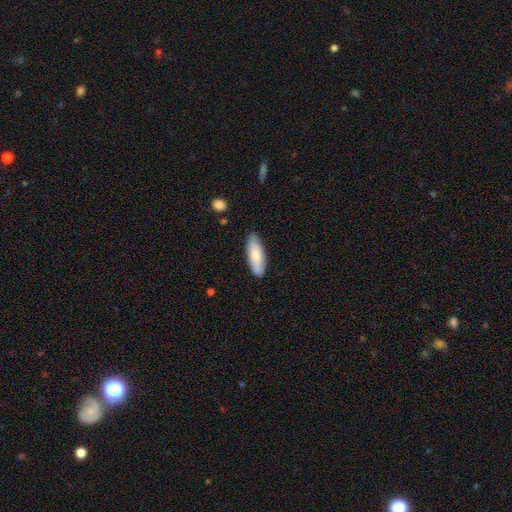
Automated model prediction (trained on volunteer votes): smooth-or-featured: smooth: 75% | featured or disk: 20% | star or artifact: 6%
  how-rounded: in between: 64% | cigar-shaped: 34% | round: 2%
  merging: none: 81% | minor disturbance: 15% | major disturbance: 2% | merger: 2%